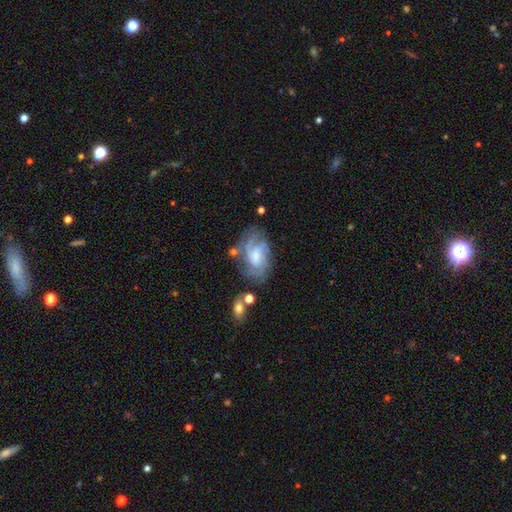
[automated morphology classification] A featured or disk galaxy (71%) with no bar (58%), tight (43%) spiral arms (88%) and a moderate central bulge (36%).

Vote fractions:
- Smooth or featured? featured or disk: 71% / smooth: 21% / star or artifact: 8%
- Edge-on disk? no: 96% / yes: 4%
- Bar? no: 58% / weak: 36% / strong: 6%
- Spiral arms? yes: 88% / no: 12%
- Spiral winding? tight: 43% / medium: 41% / loose: 16%
- Spiral arm count? can't tell: 37% / 3: 23% / 2: 15% / 4: 15% / more than 4: 5% / 1: 5%
- Bulge size? moderate: 36% / small: 27% / none: 19% / large: 17% / dominant: 2%
- Merging? none: 59% / minor disturbance: 22% / major disturbance: 14% / merger: 6%